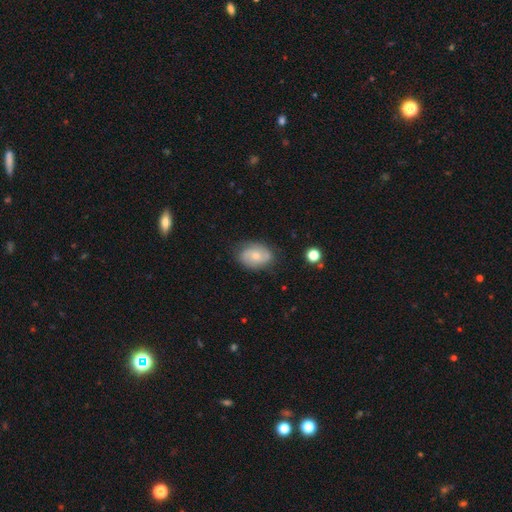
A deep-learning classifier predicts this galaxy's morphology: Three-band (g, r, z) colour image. It shows a featured or disk galaxy (52%). Merging: none (75%).